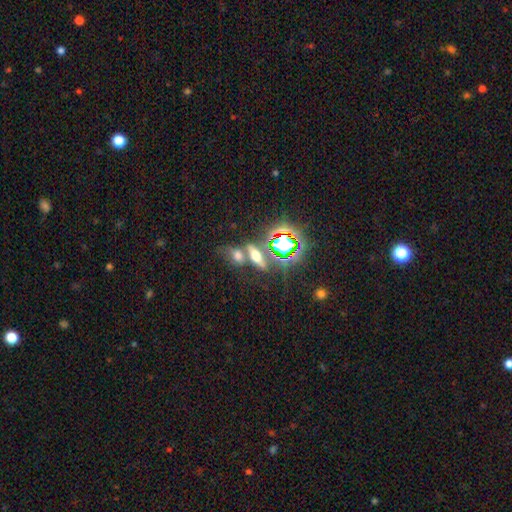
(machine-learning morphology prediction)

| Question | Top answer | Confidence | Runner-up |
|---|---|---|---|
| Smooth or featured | smooth | 39% | star or artifact (33%) |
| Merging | none | 50% | merger (32%) |